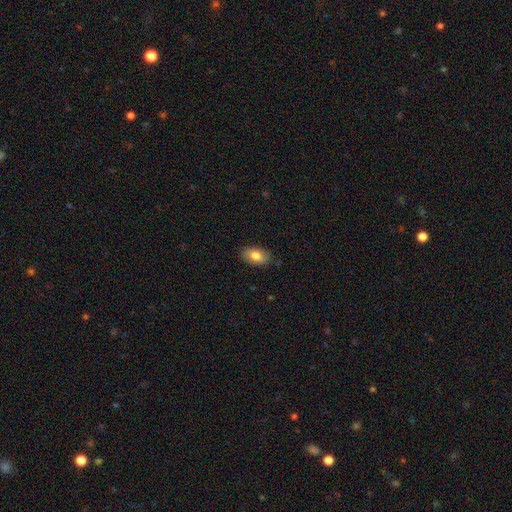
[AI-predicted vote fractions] This is clearly a smooth galaxy (80%). How rounded: clearly in between (92%). Merging: clearly none (84%).